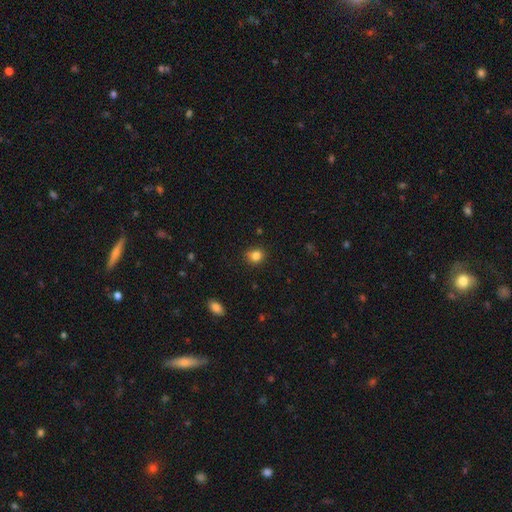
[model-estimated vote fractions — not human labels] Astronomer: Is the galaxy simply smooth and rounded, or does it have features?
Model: smooth — 83%.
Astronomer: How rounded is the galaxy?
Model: round — 70%.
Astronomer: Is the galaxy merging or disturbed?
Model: none — 80%.